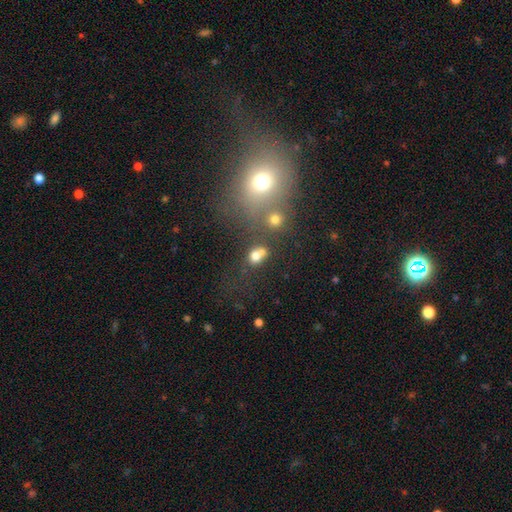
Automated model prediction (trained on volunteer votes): This is likely a smooth galaxy (73%). How rounded: possibly round (55%). Merging: marginally none (43%).